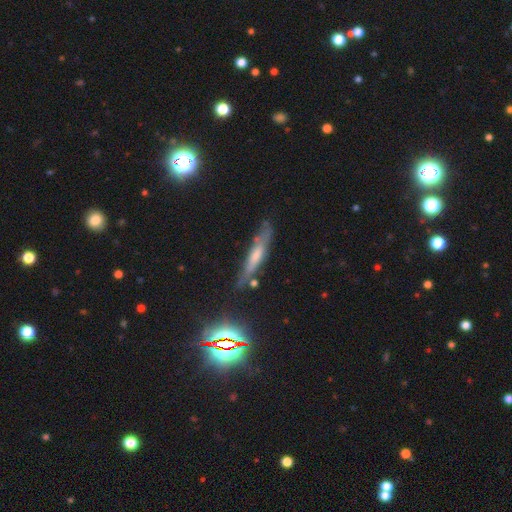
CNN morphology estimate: Q: Smooth or featured?
A: featured or disk (52%); runner-up: smooth (25%)
Q: Edge-on disk?
A: yes (81%); runner-up: no (19%)
Q: Merging?
A: none (77%); runner-up: minor disturbance (15%)